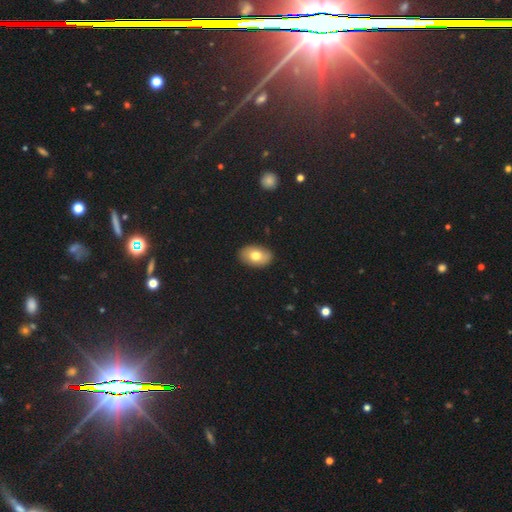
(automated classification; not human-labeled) smooth-or-featured: smooth: 74% | featured or disk: 18% | star or artifact: 8%
  how-rounded: in between: 88% | round: 11% | cigar-shaped: 1%
  merging: none: 88% | minor disturbance: 9% | major disturbance: 2% | merger: 1%